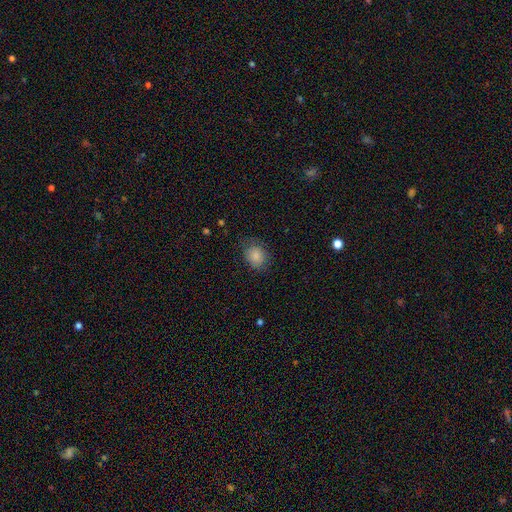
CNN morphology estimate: A smooth galaxy with no disk features (85%) that is round (58%). Merging: none (74%).